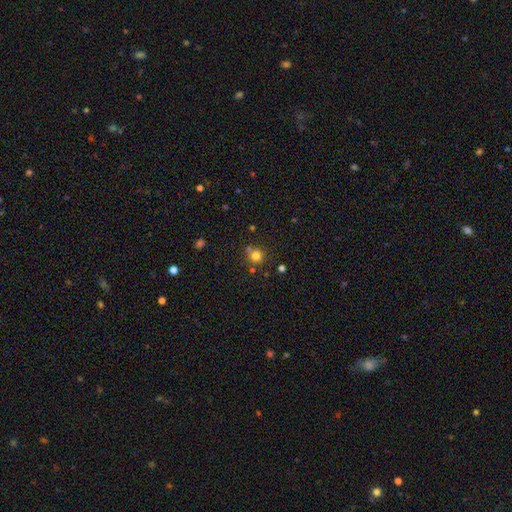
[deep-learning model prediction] Smooth or featured?
  - smooth: 78% *
  - star or artifact: 15%
  - featured or disk: 7%
How rounded?
  - round: 93% *
  - in between: 7%
  - cigar-shaped: 1%
Merging?
  - none: 71% *
  - merger: 17%
  - minor disturbance: 9%
  - major disturbance: 3%